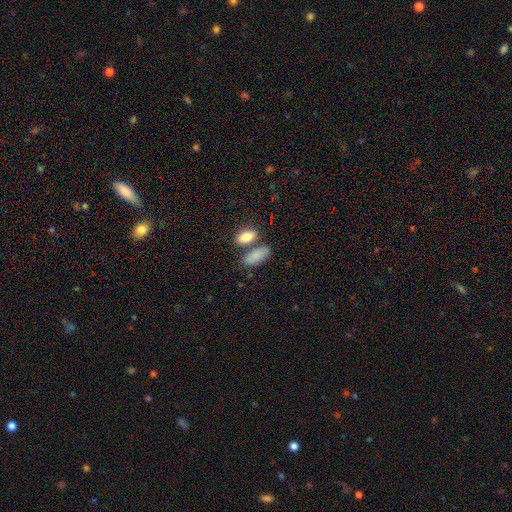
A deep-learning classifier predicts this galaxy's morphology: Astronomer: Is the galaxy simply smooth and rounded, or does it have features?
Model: smooth — 85%.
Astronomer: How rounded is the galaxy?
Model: in between — 85%.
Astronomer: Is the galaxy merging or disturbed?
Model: none — 58%.